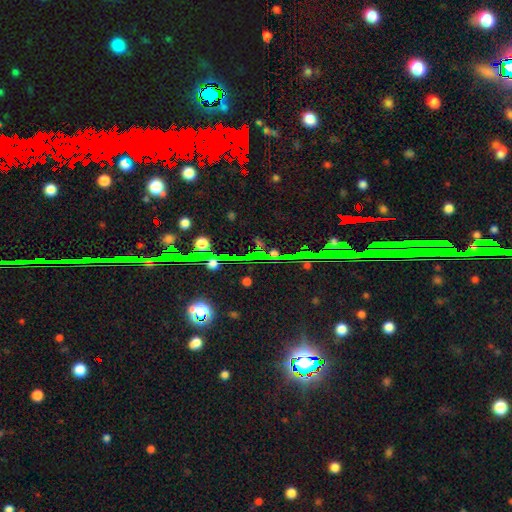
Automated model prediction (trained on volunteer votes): Q: Smooth or featured?
A: star or artifact (71%); runner-up: smooth (15%)